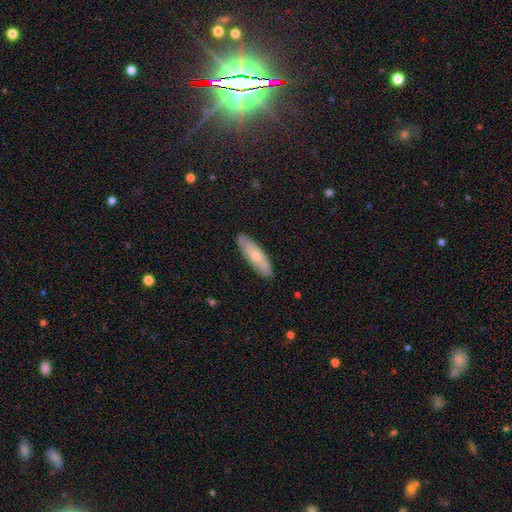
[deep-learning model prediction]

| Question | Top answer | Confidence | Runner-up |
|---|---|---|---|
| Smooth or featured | smooth | 65% | featured or disk (30%) |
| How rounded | cigar-shaped | 55% | in between (43%) |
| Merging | none | 88% | minor disturbance (10%) |